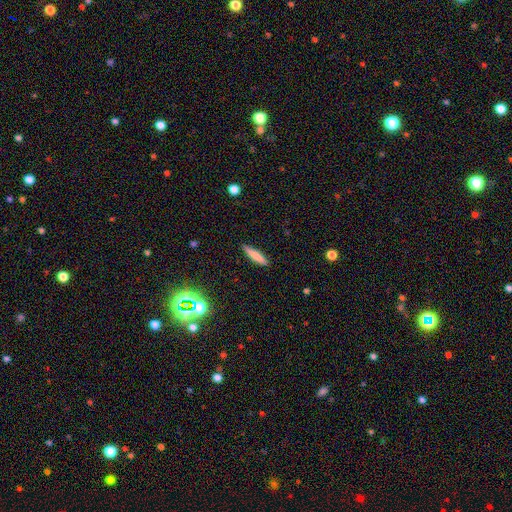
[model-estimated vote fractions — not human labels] Smooth or featured? smooth (75%)
How rounded? cigar-shaped (82%)
Merging? none (89%)